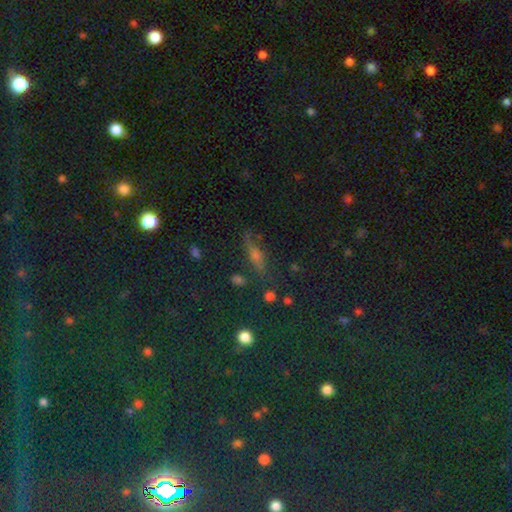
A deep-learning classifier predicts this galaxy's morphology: Smooth or featured? Predicted: smooth (p=0.42). Merging? Predicted: none (p=0.75).